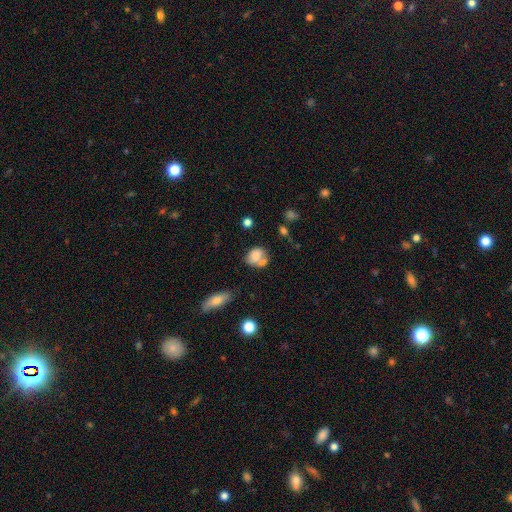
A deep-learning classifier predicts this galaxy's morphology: Smooth or featured?
  - smooth: 74% *
  - featured or disk: 17%
  - star or artifact: 10%
How rounded?
  - in between: 58% *
  - round: 40%
  - cigar-shaped: 2%
Merging?
  - none: 38% *
  - merger: 37%
  - minor disturbance: 17%
  - major disturbance: 8%